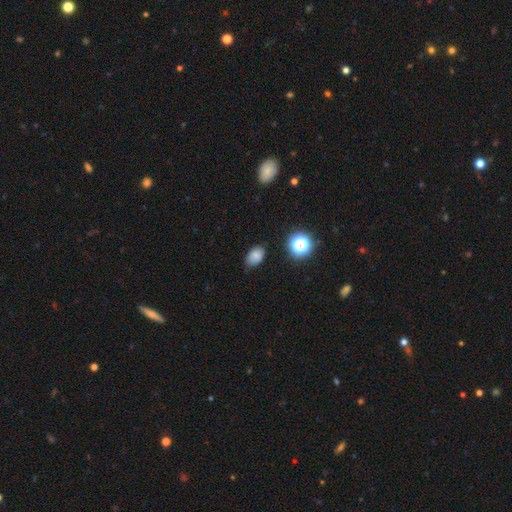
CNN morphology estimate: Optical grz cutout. It shows a smooth galaxy with no disk features (79%) that is in between round and cigar-shaped (83%). Merging: none (77%).